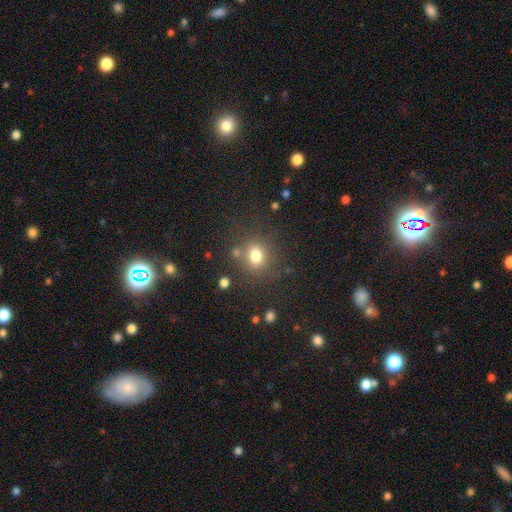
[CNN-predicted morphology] The model was most divided on "how rounded": round: 73%, in between: 26%, cigar-shaped: 1%. More confident: smooth or featured — smooth (76%); merging — none (74%).